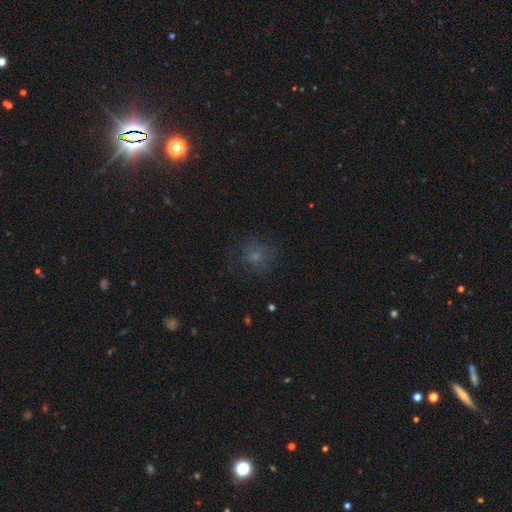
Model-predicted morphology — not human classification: This is possibly a smooth galaxy (57%). How rounded: likely round (78%). Merging: likely none (66%).